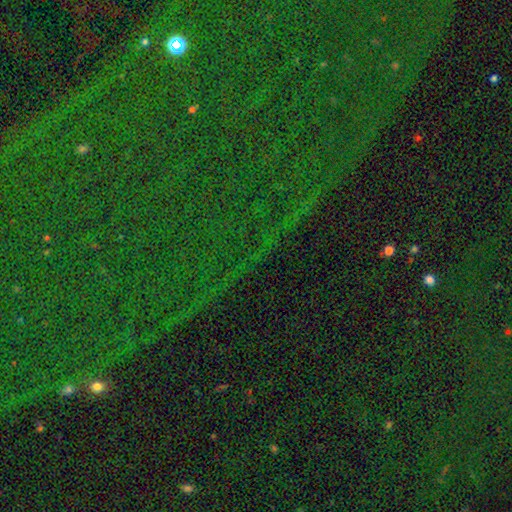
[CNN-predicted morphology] Overall: star or artifact (82%).